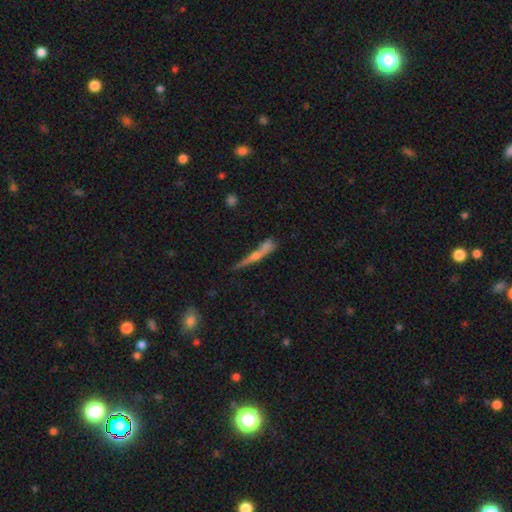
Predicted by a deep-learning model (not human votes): Smooth or featured?
  - featured or disk: 51% *
  - smooth: 40%
  - star or artifact: 9%
Edge-on disk?
  - yes: 89% *
  - no: 11%
Merging?
  - none: 54% *
  - minor disturbance: 20%
  - merger: 16%
  - major disturbance: 9%